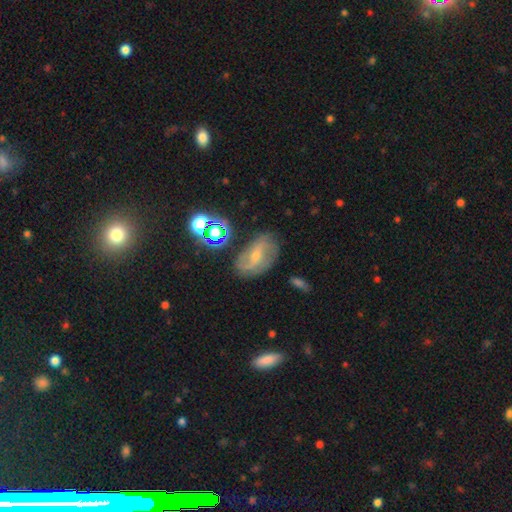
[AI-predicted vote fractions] Morphology: type=featured or disk (67%); edge-on=no (94%); bar=weak (45%); spiral arms=yes (85%); winding=medium (41%); arm count=2 (61%); bulge=small (65%); merging=none (71%).